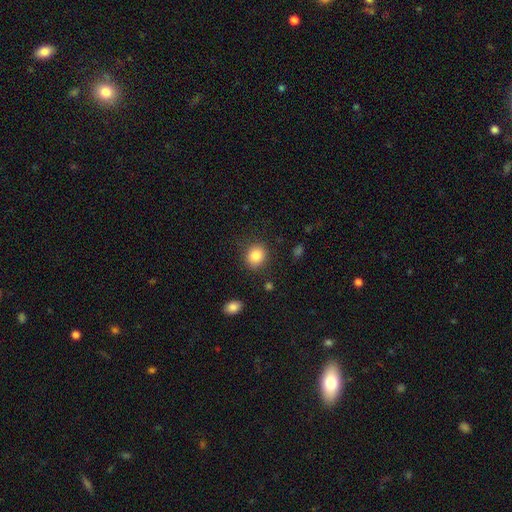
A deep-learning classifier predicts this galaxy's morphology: This is clearly a smooth galaxy (85%). How rounded: likely round (71%). Merging: clearly none (85%).